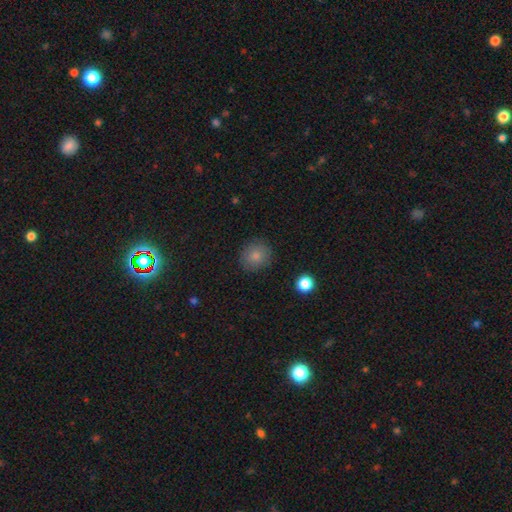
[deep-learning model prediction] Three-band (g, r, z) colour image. It shows a smooth galaxy with no disk features (82%) that is round (83%). Merging: none (87%).